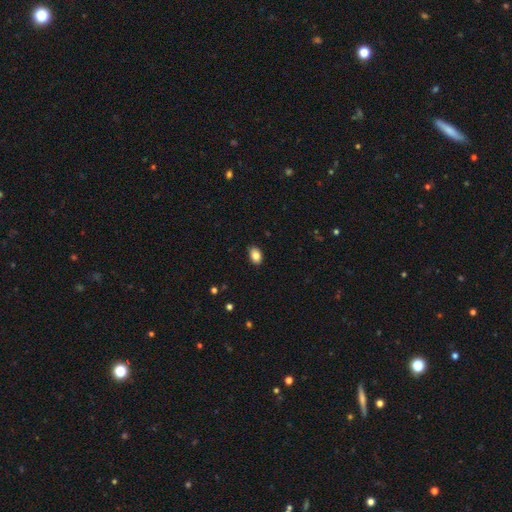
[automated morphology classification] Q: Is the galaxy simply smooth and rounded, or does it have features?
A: smooth — 85%.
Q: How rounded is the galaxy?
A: in between — 86%.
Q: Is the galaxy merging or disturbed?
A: none — 87%.